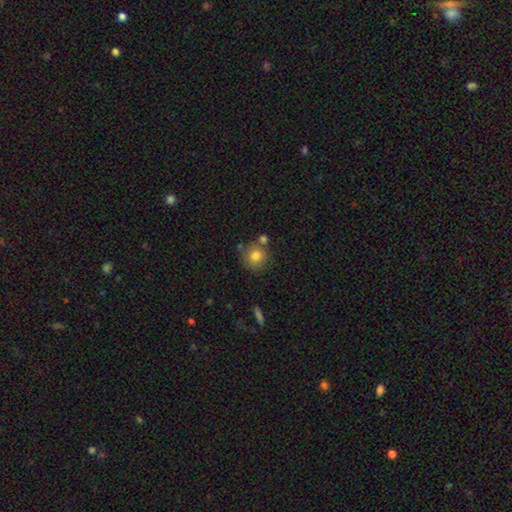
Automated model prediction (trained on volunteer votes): The model was most divided on "merging": none: 70%, merger: 15%, minor disturbance: 11%, major disturbance: 3%. More confident: how rounded — round (89%); smooth or featured — smooth (80%).